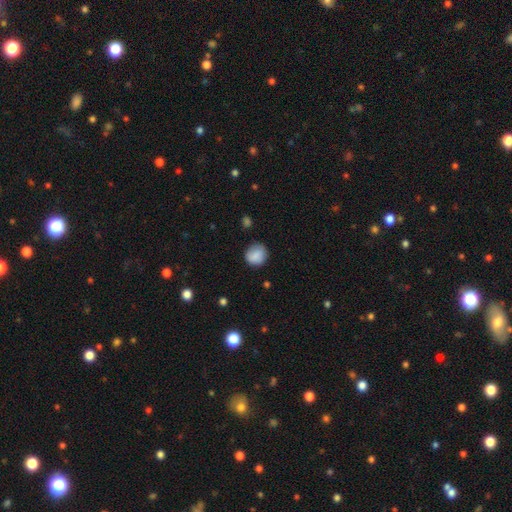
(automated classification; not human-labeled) smooth_or_featured: smooth (p=0.83) [alt: featured or disk p=0.09]
how_rounded: round (p=0.83) [alt: in between p=0.16]
merging: none (p=0.79) [alt: minor disturbance p=0.16]